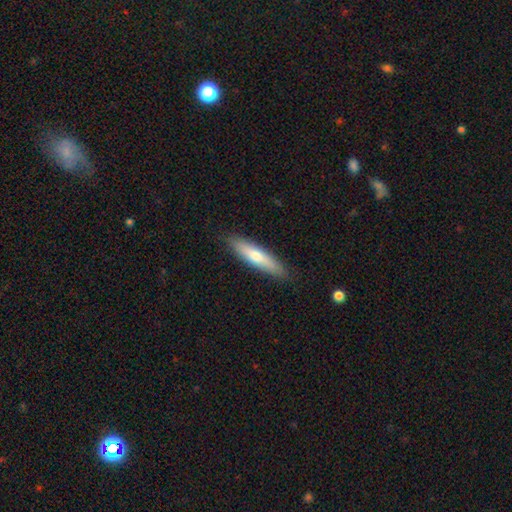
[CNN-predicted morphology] Smooth or featured?
  - smooth: 64% *
  - featured or disk: 30%
  - star or artifact: 6%
How rounded?
  - cigar-shaped: 81% *
  - in between: 17%
  - round: 1%
Merging?
  - none: 89% *
  - minor disturbance: 9%
  - major disturbance: 2%
  - merger: 1%